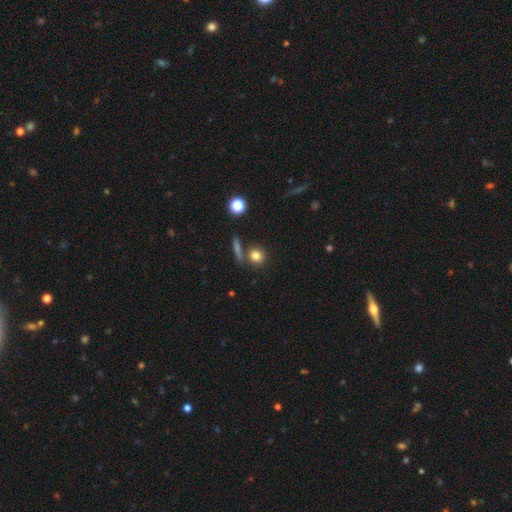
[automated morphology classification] A smooth galaxy with no disk features (80%) that is round (86%). Merging: none (75%).